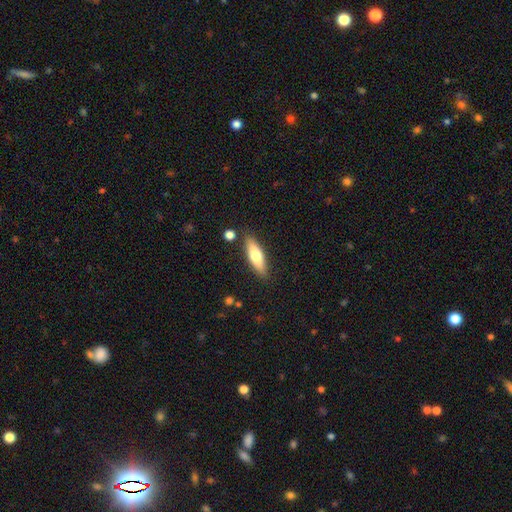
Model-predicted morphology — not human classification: The model was most divided on "how rounded": cigar-shaped: 50%, in between: 48%, round: 2%. More confident: merging — none (84%); smooth or featured — smooth (66%).